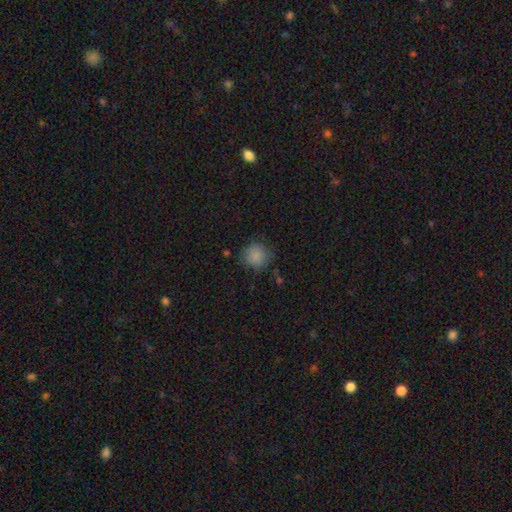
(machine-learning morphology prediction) smooth 85%, star or artifact 9%, featured or disk 5%. Down the decision tree: how rounded — round (89%); merging — none (78%).